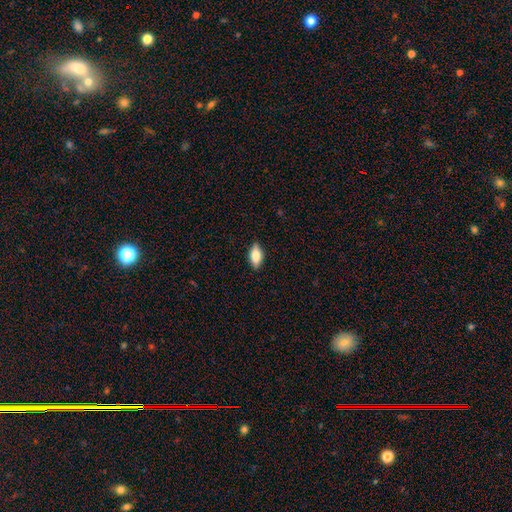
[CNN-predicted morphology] smooth_or_featured: smooth (p=0.75) [alt: featured or disk p=0.18]
how_rounded: in between (p=0.84) [alt: cigar-shaped p=0.13]
merging: none (p=0.86) [alt: minor disturbance p=0.11]